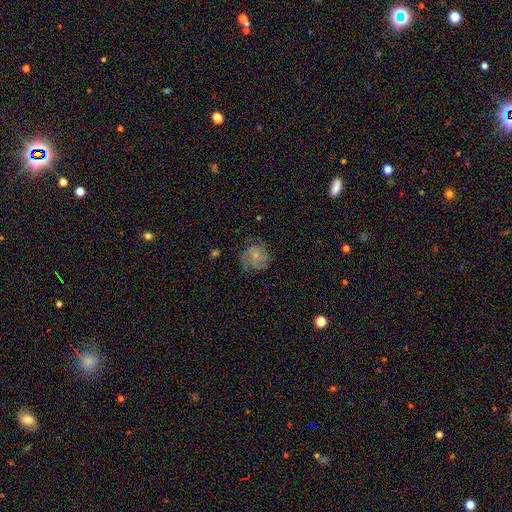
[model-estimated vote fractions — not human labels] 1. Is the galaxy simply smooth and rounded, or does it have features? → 61% featured or disk, 30% smooth, 9% star or artifact.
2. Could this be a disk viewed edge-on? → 98% no, 2% yes.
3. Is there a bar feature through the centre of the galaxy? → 81% no, 17% weak, 2% strong.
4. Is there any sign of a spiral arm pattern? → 89% yes, 11% no.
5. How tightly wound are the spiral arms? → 55% tight, 33% medium, 11% loose.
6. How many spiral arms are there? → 32% can't tell, 25% 3, 22% 2, 9% 4, 7% 1, 5% more than 4.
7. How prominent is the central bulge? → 71% small, 22% moderate, 4% none, 1% large, 1% dominant.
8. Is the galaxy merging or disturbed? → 66% none, 22% minor disturbance, 10% major disturbance, 2% merger.